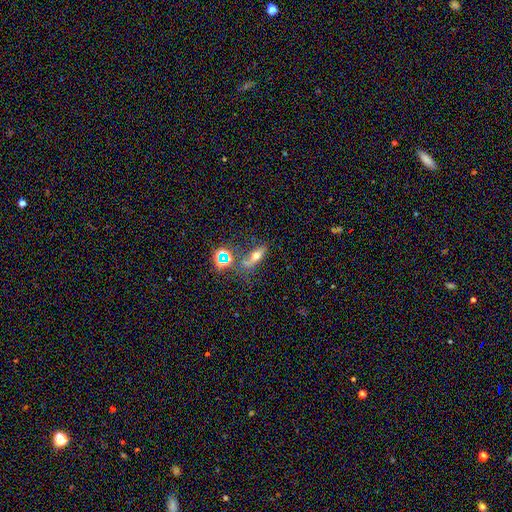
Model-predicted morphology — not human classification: smooth-or-featured: smooth: 46% | featured or disk: 33% | star or artifact: 21%
  merging: none: 57% | minor disturbance: 17% | merger: 15% | major disturbance: 11%